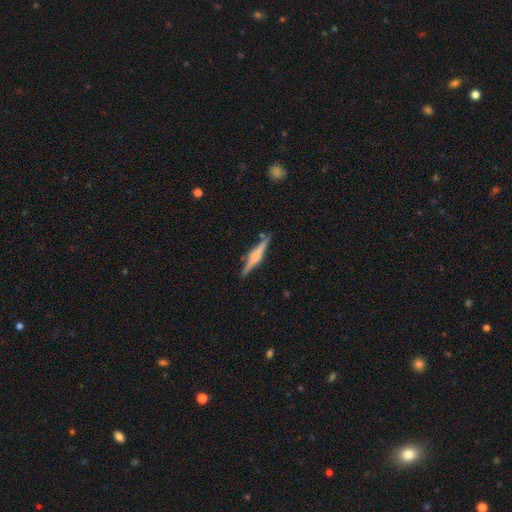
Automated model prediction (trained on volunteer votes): smooth_or_featured: featured or disk (p=0.68) [alt: smooth p=0.25]
disk_edge_on: yes (p=0.98) [alt: no p=0.02]
edge_on_bulge: rounded (p=0.74) [alt: boxy p=0.20]
merging: none (p=0.86) [alt: minor disturbance p=0.10]